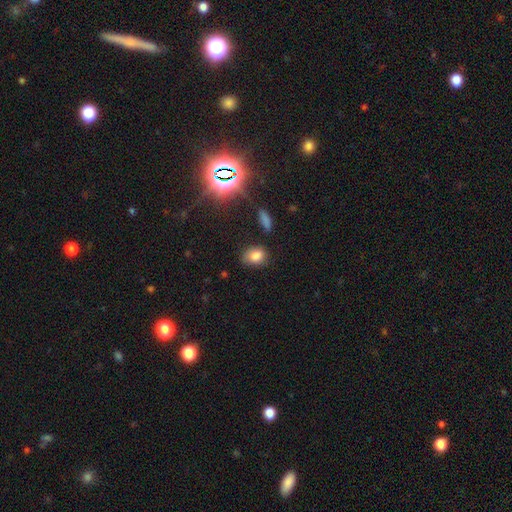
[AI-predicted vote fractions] Morphology: type=smooth (80%); roundness=in between (69%); merging=none (72%).